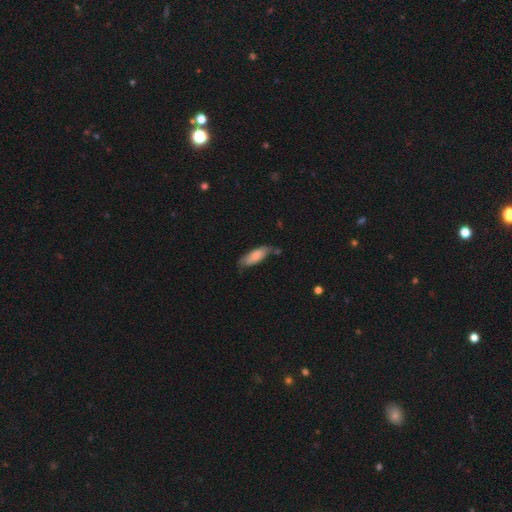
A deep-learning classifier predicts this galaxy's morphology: Smooth or featured? Predicted: smooth (p=0.76). How rounded? Predicted: in between (p=0.67). Merging? Predicted: none (p=0.60).